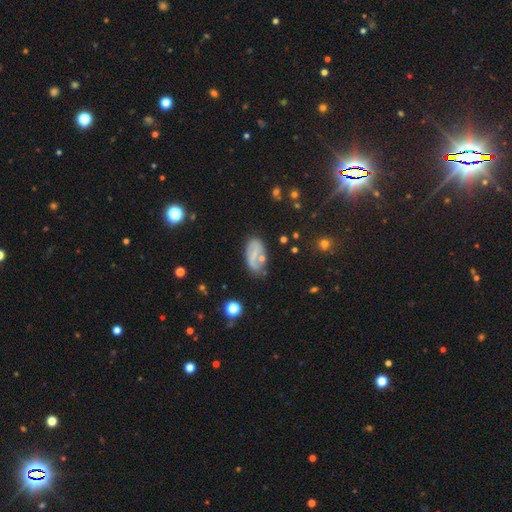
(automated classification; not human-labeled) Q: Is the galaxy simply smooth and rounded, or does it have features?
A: featured or disk — 45%.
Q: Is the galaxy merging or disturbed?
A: none — 62%.